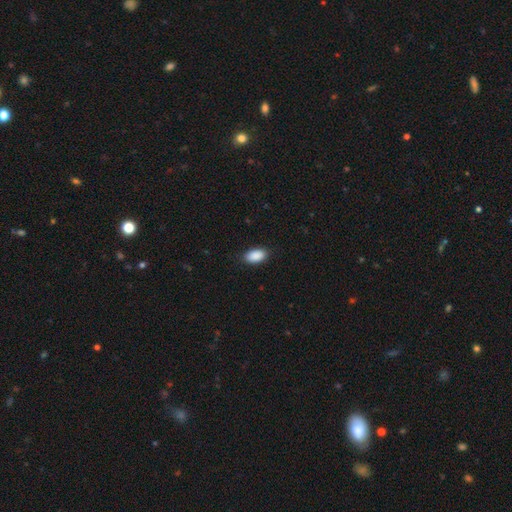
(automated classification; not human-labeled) This is clearly a smooth galaxy (91%). How rounded: clearly in between (94%). Merging: clearly none (86%).